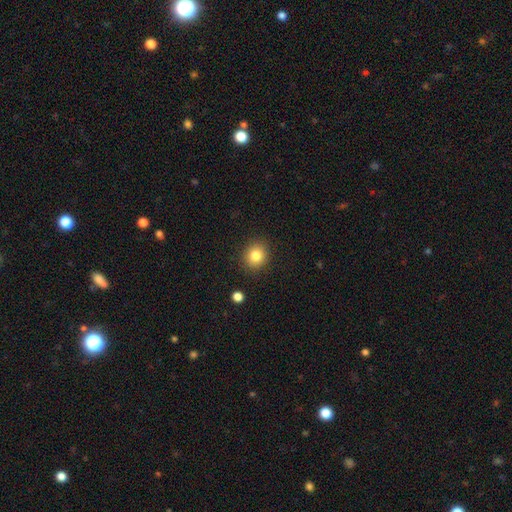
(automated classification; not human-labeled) This is clearly a smooth galaxy (83%). How rounded: likely round (77%). Merging: clearly none (89%).